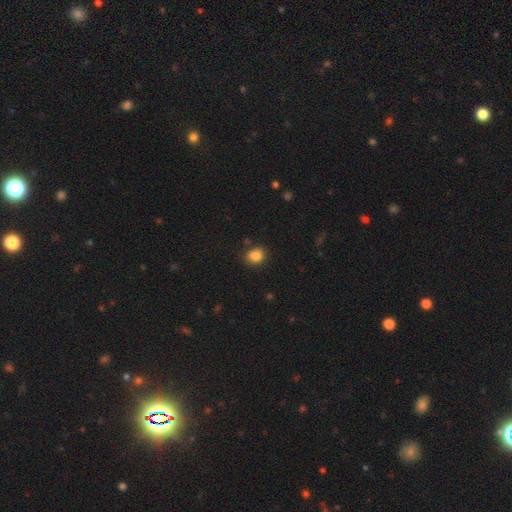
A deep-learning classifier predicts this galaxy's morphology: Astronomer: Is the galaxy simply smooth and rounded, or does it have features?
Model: smooth — 85%.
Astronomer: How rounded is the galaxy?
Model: round — 57% (runner-up: in between, 42%).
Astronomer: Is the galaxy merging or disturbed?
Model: none — 78%.